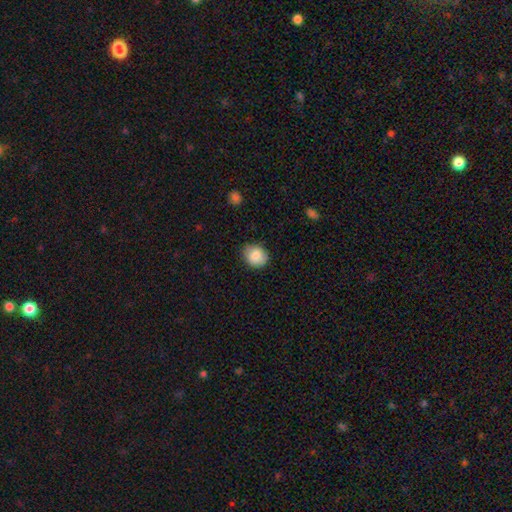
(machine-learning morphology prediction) Smooth or featured? smooth (85%)
How rounded? round (72%)
Merging? none (84%)